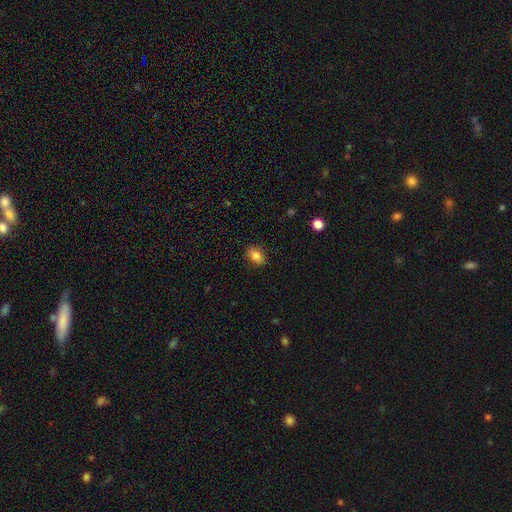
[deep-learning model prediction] Smooth or featured: smooth — 82% (star or artifact — 10%)
How rounded: in between — 77% (round — 21%)
Merging: none — 86% (minor disturbance — 11%)